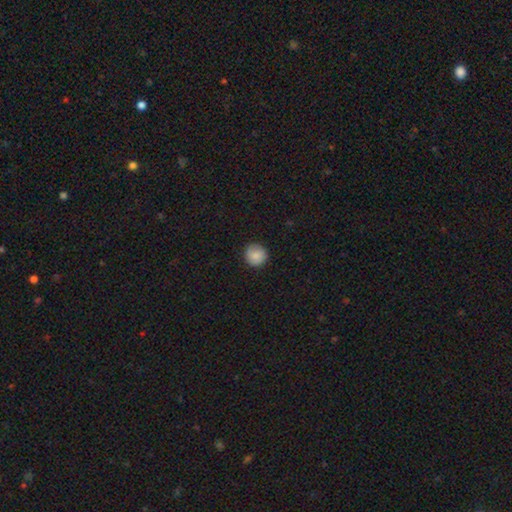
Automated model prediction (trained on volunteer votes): Overall: smooth (85%). How rounded: round (93%). Merging: none (89%).